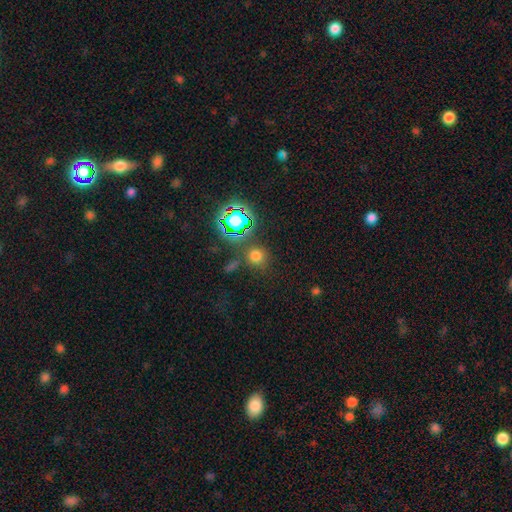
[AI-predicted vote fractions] The model was most divided on "smooth or featured": smooth: 66%, star or artifact: 27%, featured or disk: 7%. More confident: how rounded — round (88%); merging — none (76%).